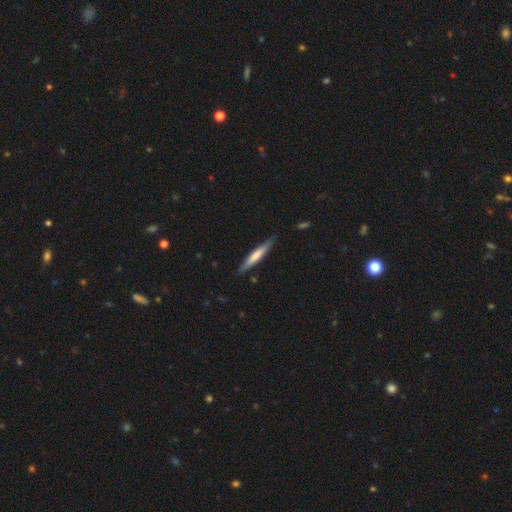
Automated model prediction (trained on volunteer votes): smooth_or_featured: smooth (p=0.60) [alt: featured or disk p=0.35]
how_rounded: cigar-shaped (p=0.93) [alt: in between p=0.05]
merging: none (p=0.87) [alt: minor disturbance p=0.10]